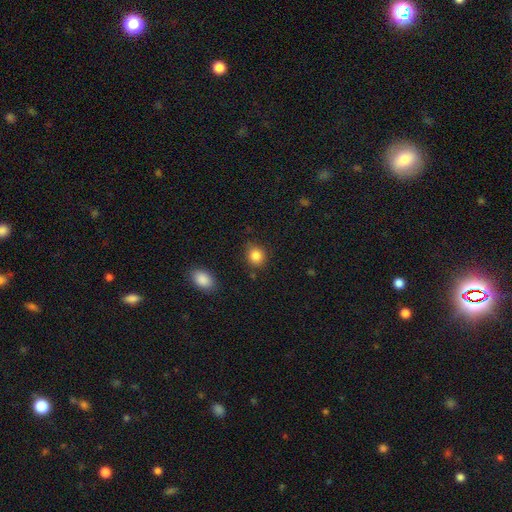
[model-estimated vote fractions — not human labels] Smooth or featured?
  - smooth: 86% *
  - star or artifact: 10%
  - featured or disk: 5%
How rounded?
  - round: 68% *
  - in between: 31%
  - cigar-shaped: 1%
Merging?
  - none: 83% *
  - minor disturbance: 12%
  - major disturbance: 3%
  - merger: 3%